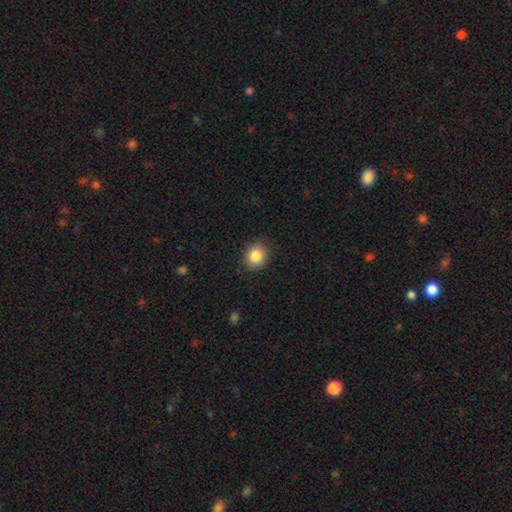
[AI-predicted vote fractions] Smooth or featured?
  - smooth: 87% *
  - star or artifact: 9%
  - featured or disk: 5%
How rounded?
  - round: 66% *
  - in between: 33%
  - cigar-shaped: 1%
Merging?
  - none: 88% *
  - minor disturbance: 9%
  - major disturbance: 2%
  - merger: 1%